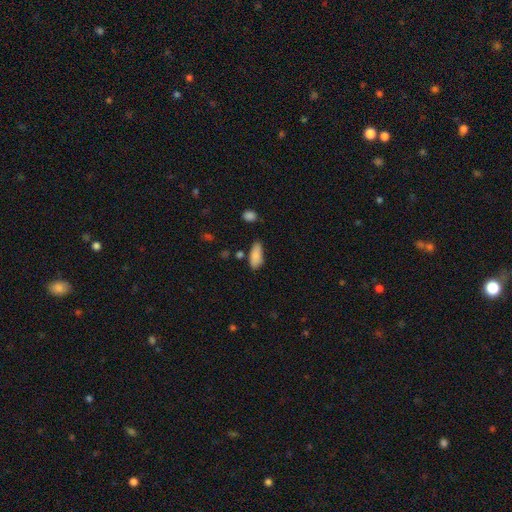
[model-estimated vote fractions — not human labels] Morphology: type=smooth (87%); roundness=in between (79%); merging=none (74%).